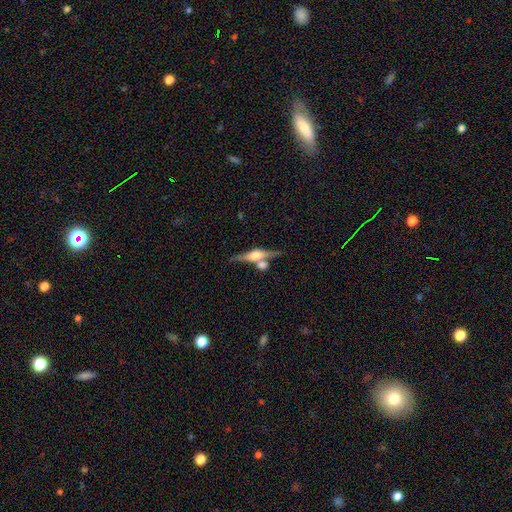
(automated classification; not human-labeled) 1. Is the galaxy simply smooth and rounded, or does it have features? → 77% featured or disk, 17% smooth, 6% star or artifact.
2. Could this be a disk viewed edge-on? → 97% yes, 3% no.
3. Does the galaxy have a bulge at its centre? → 93% rounded, 5% boxy, 2% none.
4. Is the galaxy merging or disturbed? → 67% none, 21% merger, 9% minor disturbance, 3% major disturbance.